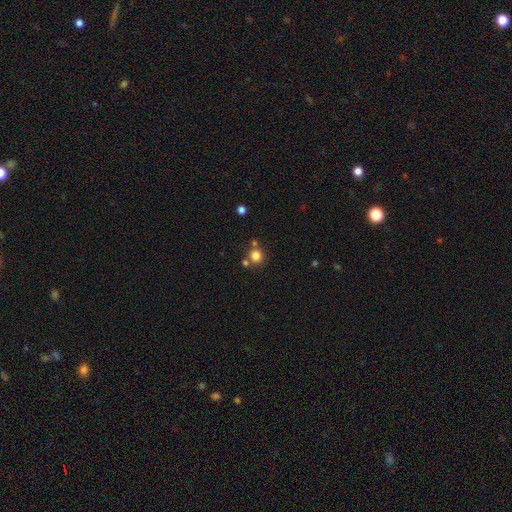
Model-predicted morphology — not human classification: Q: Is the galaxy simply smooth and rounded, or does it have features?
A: smooth — 81%.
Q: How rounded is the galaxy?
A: round — 88%.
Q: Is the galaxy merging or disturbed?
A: none — 70%.